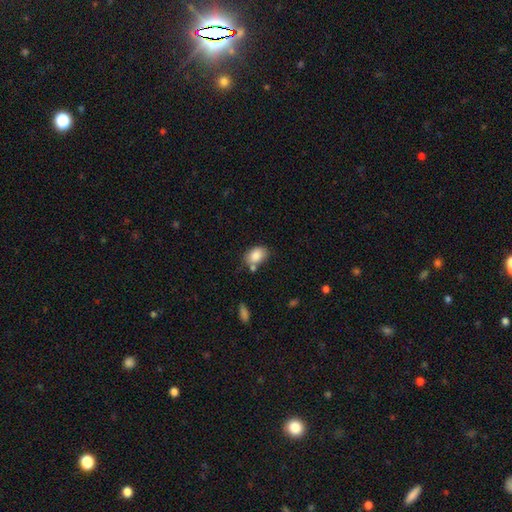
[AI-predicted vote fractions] This is clearly a smooth galaxy (84%). How rounded: clearly in between (83%). Merging: likely none (63%).